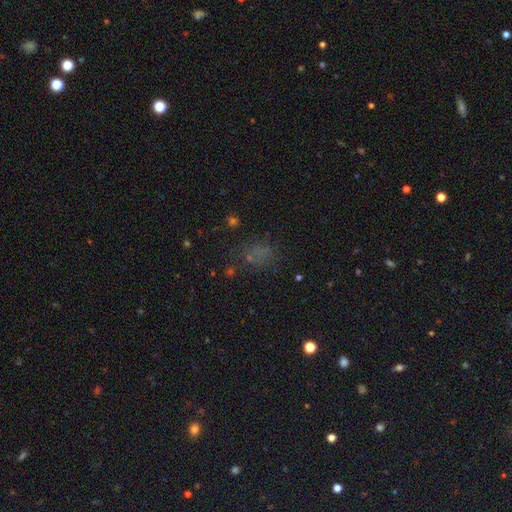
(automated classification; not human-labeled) smooth-or-featured: smooth: 49% | star or artifact: 39% | featured or disk: 12%
  merging: none: 65% | minor disturbance: 17% | major disturbance: 12% | merger: 5%